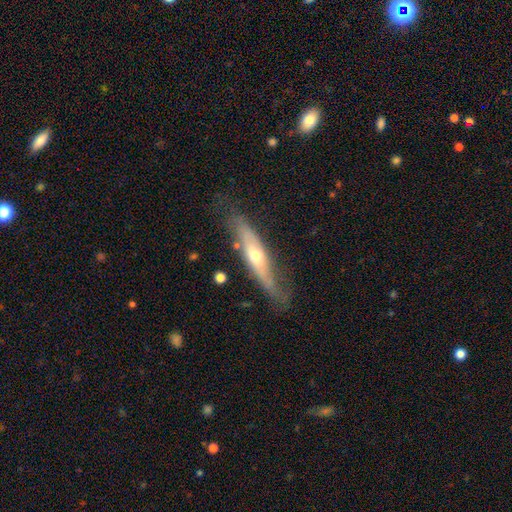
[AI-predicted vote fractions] A featured or disk galaxy (62%) viewed edge-on (64%). Merging: none (63%).